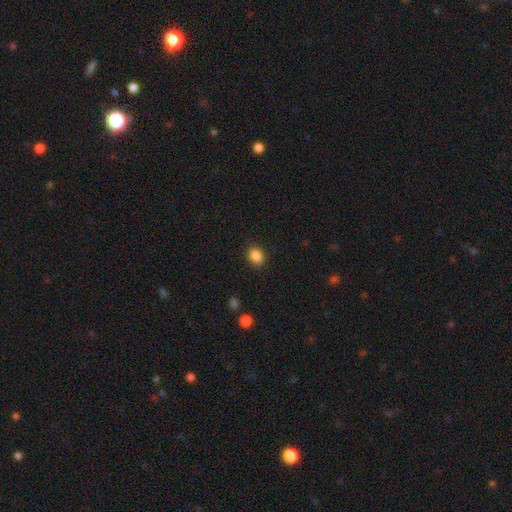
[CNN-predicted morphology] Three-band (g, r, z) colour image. It shows a smooth galaxy with no disk features (86%) that is in between round and cigar-shaped (54%). Merging: none (87%).